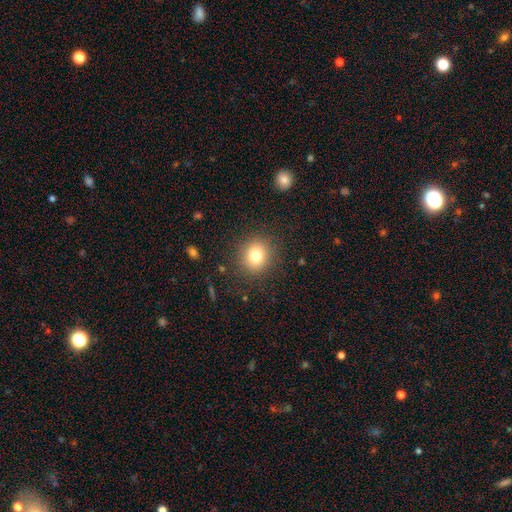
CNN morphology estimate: Smooth or featured? Predicted: smooth (p=0.79). How rounded? Predicted: round (p=0.82). Merging? Predicted: none (p=0.88).